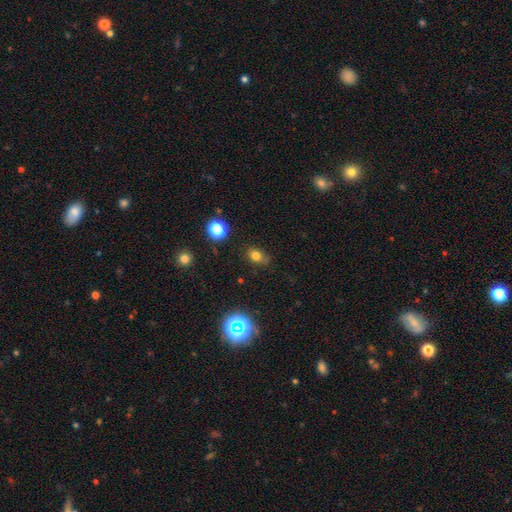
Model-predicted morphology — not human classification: Smooth or featured: smooth — 75% (star or artifact — 18%)
How rounded: in between — 55% (round — 43%)
Merging: none — 75% (minor disturbance — 18%)